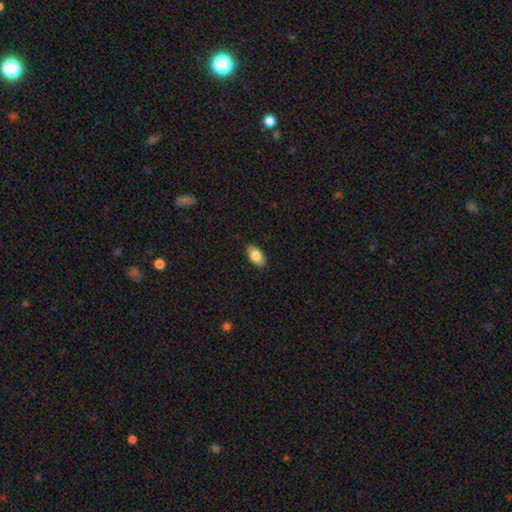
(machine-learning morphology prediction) Overall: smooth (82%). How rounded: in between (92%). Merging: none (86%).